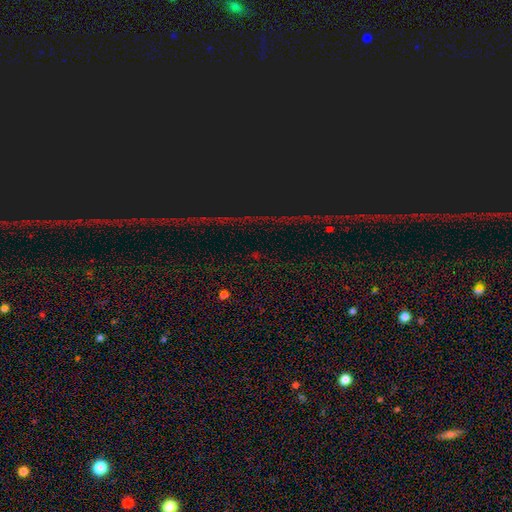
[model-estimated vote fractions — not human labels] star or artifact 71%, smooth 20%, featured or disk 9%.